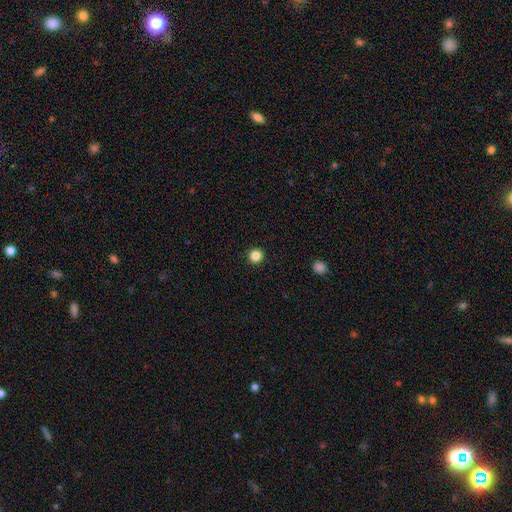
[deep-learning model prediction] A smooth galaxy with no disk features (85%) that is round (93%). Merging: none (93%).